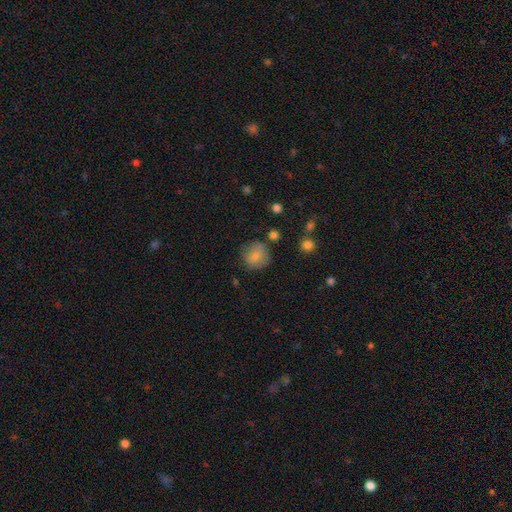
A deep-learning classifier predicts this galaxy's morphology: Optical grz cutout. It shows a smooth galaxy with no disk features (79%) that is round (85%). Merging: none (72%).